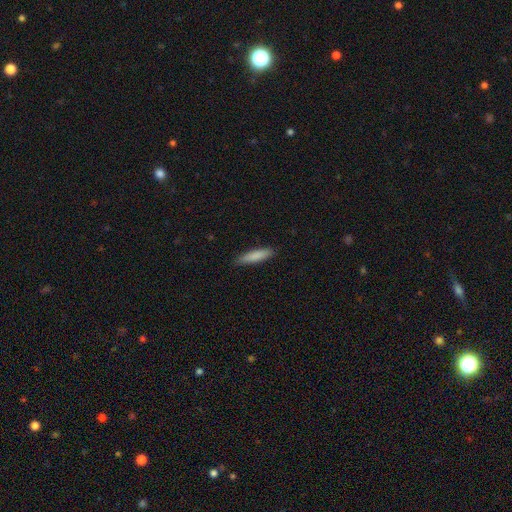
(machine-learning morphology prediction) Q: Smooth or featured?
A: smooth (84%); runner-up: featured or disk (10%)
Q: How rounded?
A: cigar-shaped (79%); runner-up: in between (19%)
Q: Merging?
A: none (88%); runner-up: minor disturbance (9%)